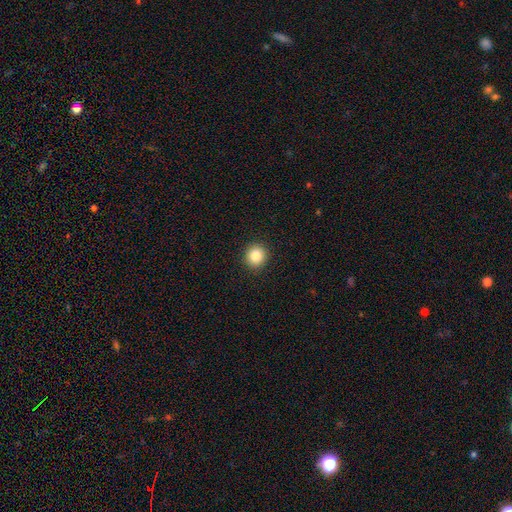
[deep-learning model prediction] smooth-or-featured: smooth: 85% | star or artifact: 10% | featured or disk: 5%
  how-rounded: round: 90% | in between: 9% | cigar-shaped: 1%
  merging: none: 92% | minor disturbance: 5% | major disturbance: 2% | merger: 1%